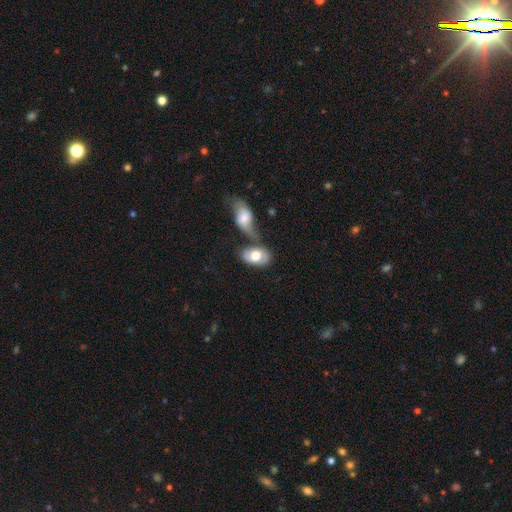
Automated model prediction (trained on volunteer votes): Smooth or featured?
  - smooth: 61% *
  - featured or disk: 33%
  - star or artifact: 6%
How rounded?
  - in between: 90% *
  - round: 8%
  - cigar-shaped: 2%
Merging?
  - merger: 43% *
  - none: 34%
  - minor disturbance: 14%
  - major disturbance: 8%